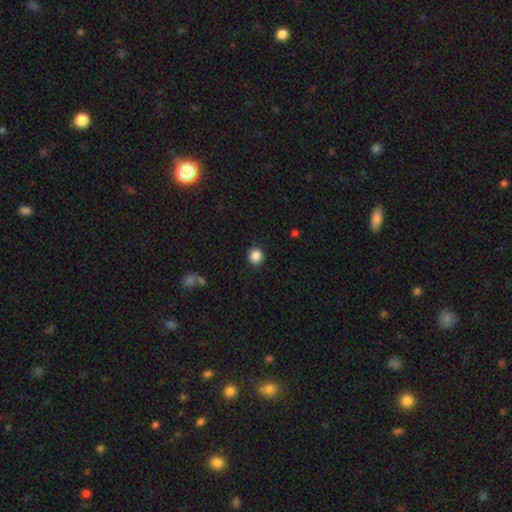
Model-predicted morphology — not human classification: The model was most divided on "smooth or featured": smooth: 87%, star or artifact: 10%, featured or disk: 3%. More confident: how rounded — round (91%); merging — none (90%).